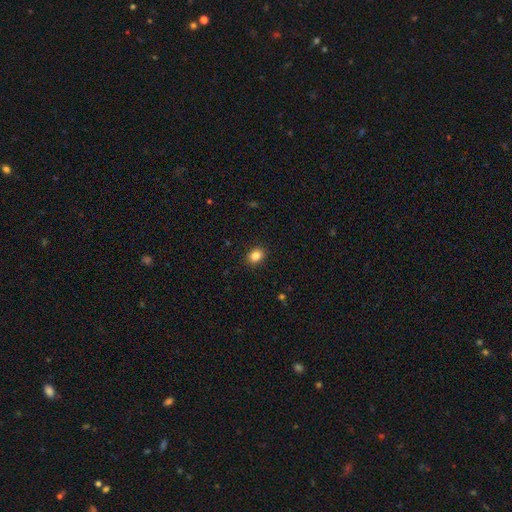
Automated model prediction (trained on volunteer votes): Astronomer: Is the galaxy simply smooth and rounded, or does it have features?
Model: smooth — 85%.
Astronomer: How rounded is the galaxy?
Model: in between — 64%.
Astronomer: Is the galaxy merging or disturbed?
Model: none — 89%.